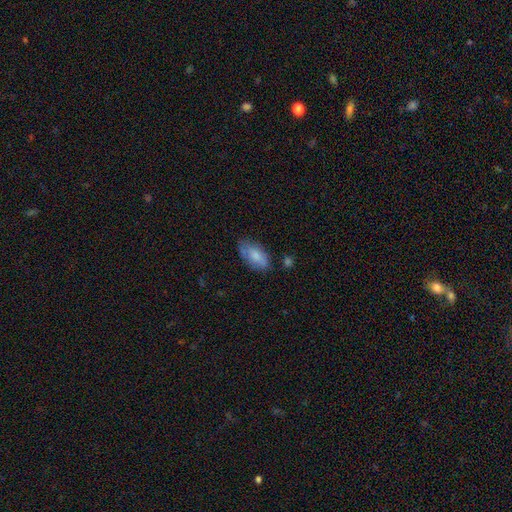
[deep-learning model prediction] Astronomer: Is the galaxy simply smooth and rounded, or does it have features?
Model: smooth — 77%.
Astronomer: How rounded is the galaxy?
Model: in between — 92%.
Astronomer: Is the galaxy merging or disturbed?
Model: none — 65%.